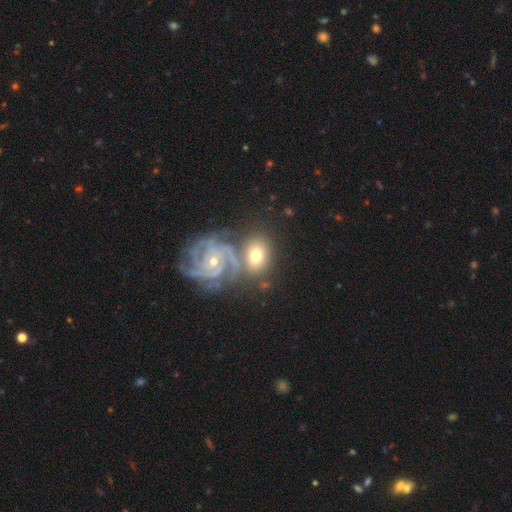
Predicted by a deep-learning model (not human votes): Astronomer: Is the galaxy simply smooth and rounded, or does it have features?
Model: featured or disk — 65%.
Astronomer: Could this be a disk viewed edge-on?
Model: no — 95%.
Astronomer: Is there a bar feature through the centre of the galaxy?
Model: no — 65%.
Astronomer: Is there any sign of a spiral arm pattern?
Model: yes — 93%.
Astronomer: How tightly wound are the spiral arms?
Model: tight — 67%.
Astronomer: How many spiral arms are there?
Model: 3 — 48%.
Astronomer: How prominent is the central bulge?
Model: moderate — 47% (runner-up: small, 46%).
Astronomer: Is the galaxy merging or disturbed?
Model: none — 51% (runner-up: merger, 27%).